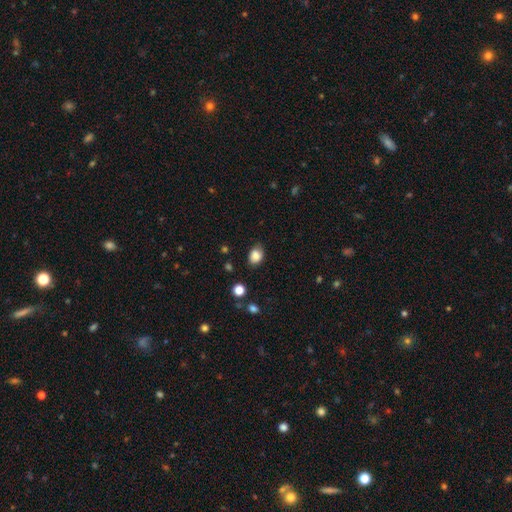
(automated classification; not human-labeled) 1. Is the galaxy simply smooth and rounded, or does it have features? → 84% smooth, 10% star or artifact, 7% featured or disk.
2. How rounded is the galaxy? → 68% in between, 31% round, 1% cigar-shaped.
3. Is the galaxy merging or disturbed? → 74% none, 20% minor disturbance, 4% major disturbance, 2% merger.